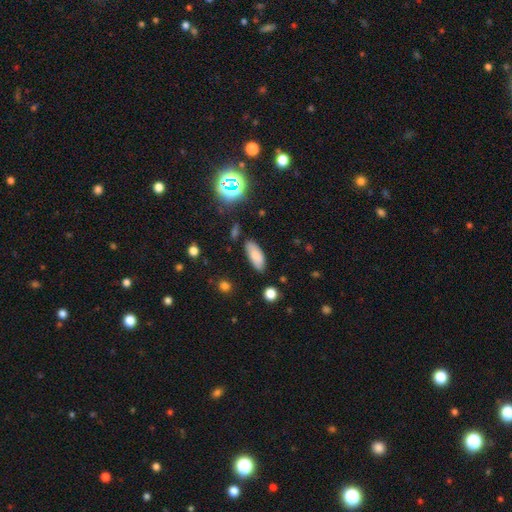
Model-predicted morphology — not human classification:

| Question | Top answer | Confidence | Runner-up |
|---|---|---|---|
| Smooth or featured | smooth | 81% | featured or disk (10%) |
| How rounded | in between | 80% | cigar-shaped (18%) |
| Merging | none | 81% | minor disturbance (14%) |